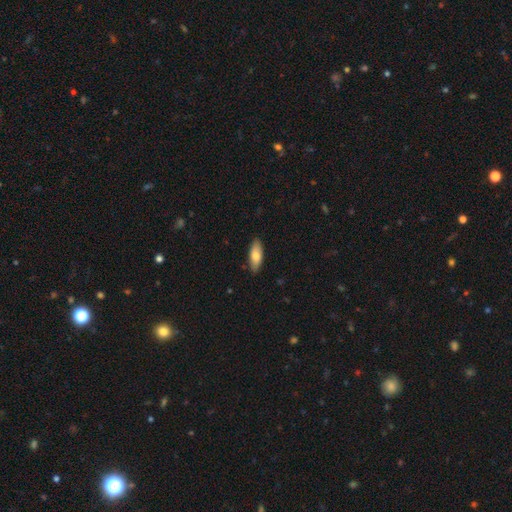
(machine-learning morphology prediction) type=smooth (77%); roundness=in between (72%); merging=none (86%).